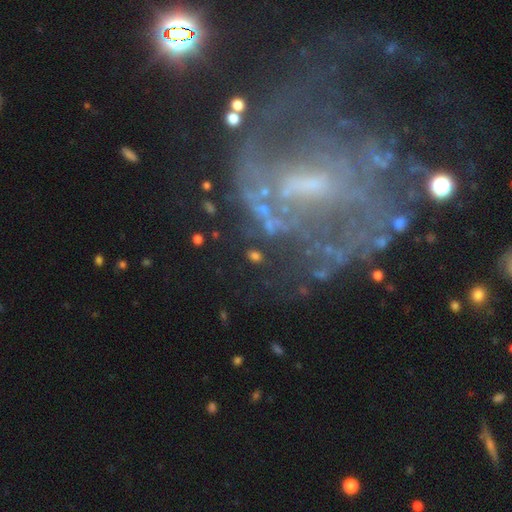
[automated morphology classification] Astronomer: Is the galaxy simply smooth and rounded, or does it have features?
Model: featured or disk — 58%.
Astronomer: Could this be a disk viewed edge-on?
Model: no — 94%.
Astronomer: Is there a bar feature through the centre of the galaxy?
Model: no — 41% (runner-up: weak, 30%).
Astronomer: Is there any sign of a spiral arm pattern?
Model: yes — 59% (runner-up: no, 41%).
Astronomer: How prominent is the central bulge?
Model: small — 35% (runner-up: none, 32%).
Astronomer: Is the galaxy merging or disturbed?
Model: none — 57%.